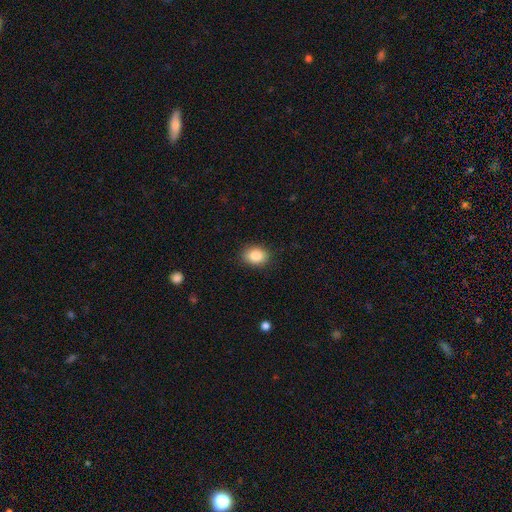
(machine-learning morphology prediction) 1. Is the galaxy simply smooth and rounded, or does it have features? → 86% smooth, 8% star or artifact, 5% featured or disk.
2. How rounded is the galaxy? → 65% in between, 34% round, 1% cigar-shaped.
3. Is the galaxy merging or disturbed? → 88% none, 8% minor disturbance, 2% major disturbance, 1% merger.